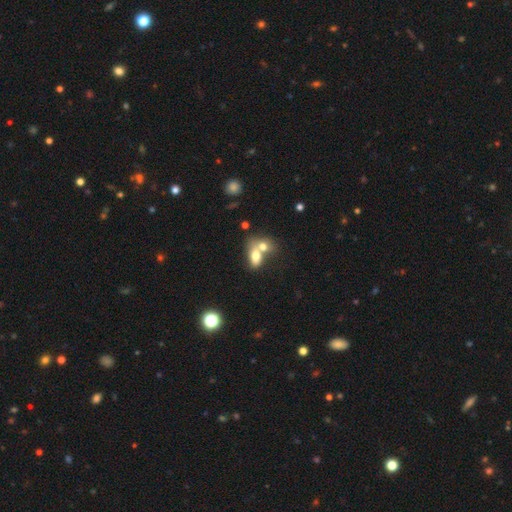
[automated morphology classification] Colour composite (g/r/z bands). It shows a smooth galaxy with no disk features (71%) that is in between round and cigar-shaped (80%). Merging: merger (68%).